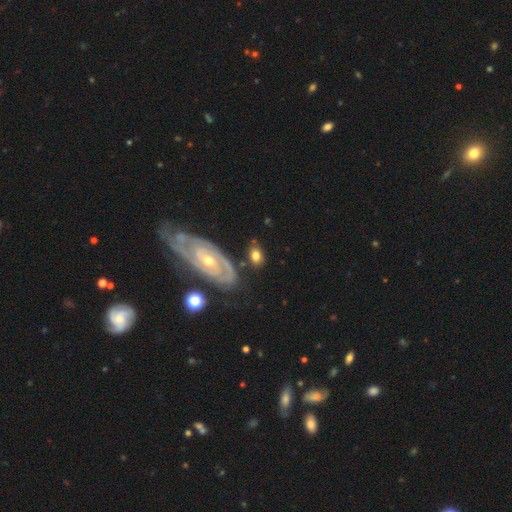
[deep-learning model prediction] This is possibly a smooth galaxy (57%). How rounded: likely in between (77%). Merging: likely none (71%).